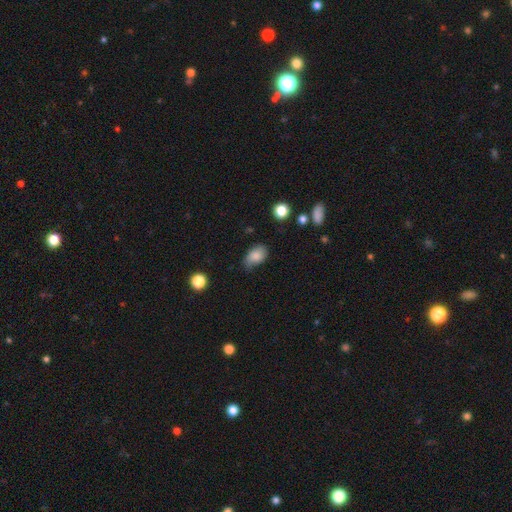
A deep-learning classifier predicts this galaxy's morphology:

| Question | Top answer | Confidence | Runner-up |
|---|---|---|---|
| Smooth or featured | smooth | 80% | featured or disk (11%) |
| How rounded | in between | 86% | round (12%) |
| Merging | none | 52% | minor disturbance (36%) |